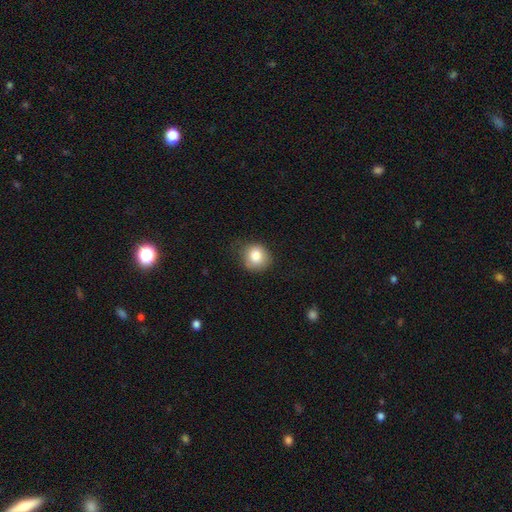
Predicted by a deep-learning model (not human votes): This is clearly a smooth galaxy (84%). How rounded: clearly round (82%). Merging: likely none (68%).